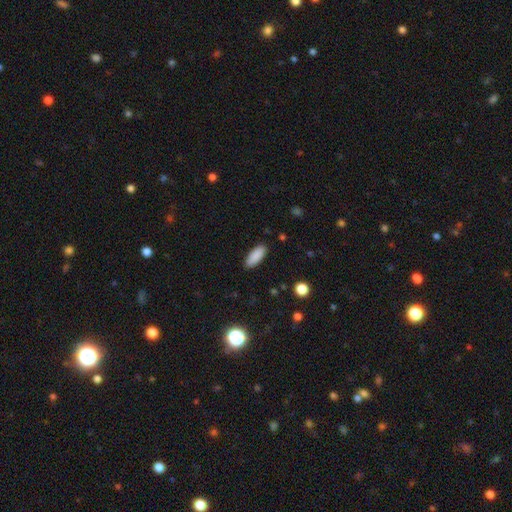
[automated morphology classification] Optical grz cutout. It shows a smooth galaxy with no disk features (89%) that is in between round and cigar-shaped (75%). Merging: none (88%).